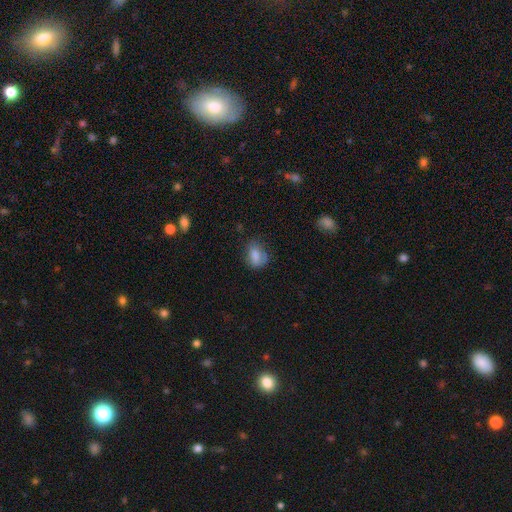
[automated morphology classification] smooth 79%, featured or disk 12%, star or artifact 9%. Down the decision tree: how rounded — in between (67%); merging — none (57%).